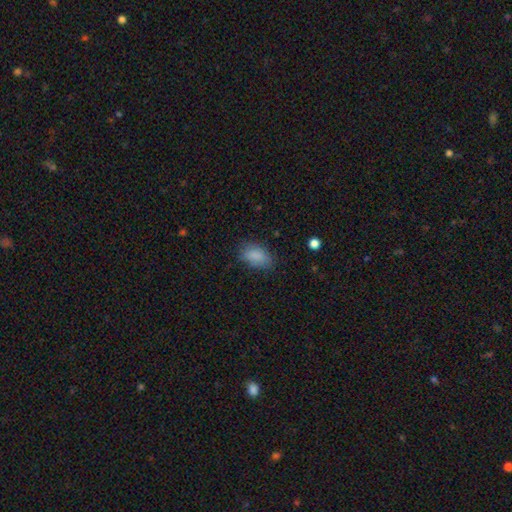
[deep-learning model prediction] Q: Smooth or featured?
A: smooth (85%); runner-up: star or artifact (9%)
Q: How rounded?
A: in between (90%); runner-up: round (7%)
Q: Merging?
A: none (73%); runner-up: minor disturbance (21%)